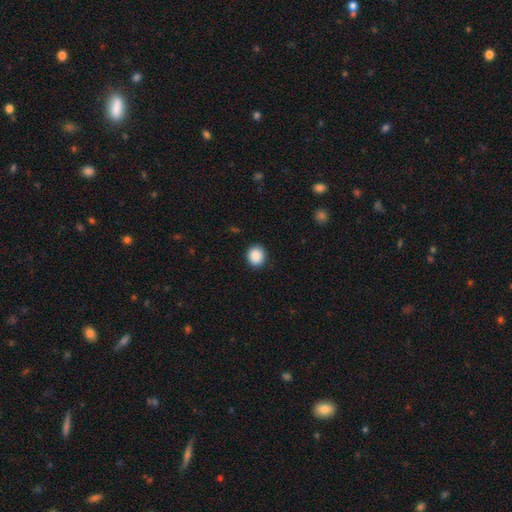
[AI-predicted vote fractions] This is clearly a smooth galaxy (89%). How rounded: likely round (78%). Merging: clearly none (90%).